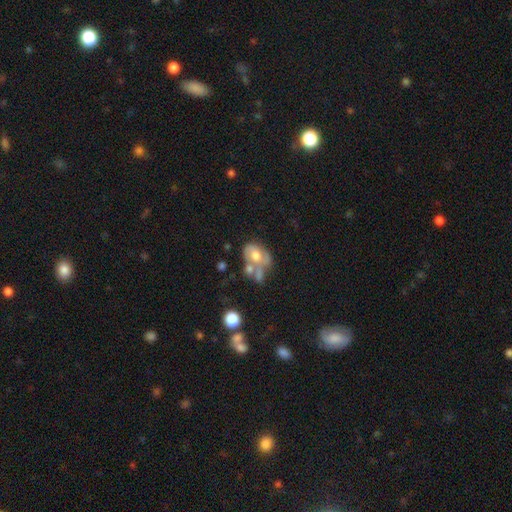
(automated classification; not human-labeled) Smooth or featured? Predicted: featured or disk (p=0.50). Edge-on disk? Predicted: no (p=0.96). Merging? Predicted: merger (p=0.42).